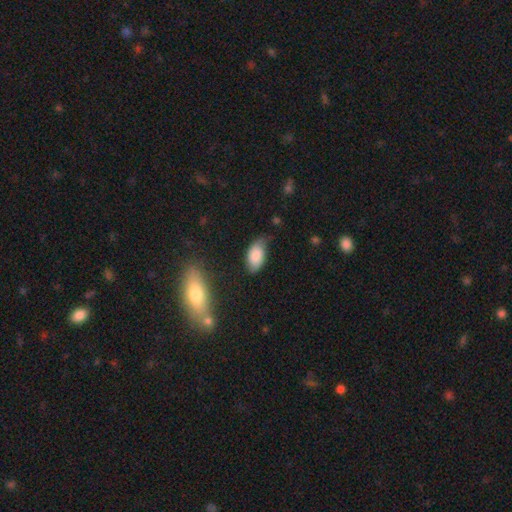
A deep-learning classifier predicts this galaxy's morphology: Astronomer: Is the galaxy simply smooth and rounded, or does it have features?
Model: smooth — 77%.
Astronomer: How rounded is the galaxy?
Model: in between — 94%.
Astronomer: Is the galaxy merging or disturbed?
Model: none — 53% (runner-up: minor disturbance, 36%).